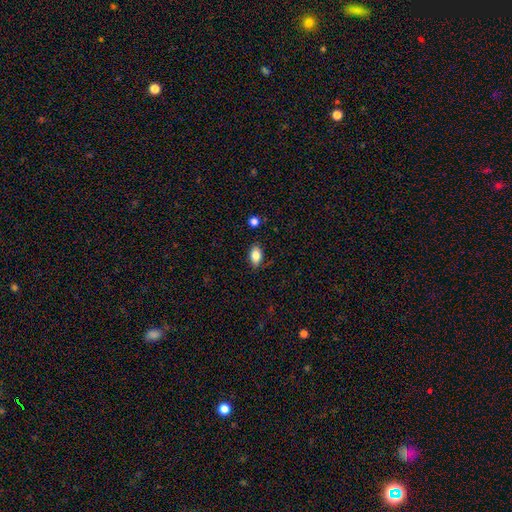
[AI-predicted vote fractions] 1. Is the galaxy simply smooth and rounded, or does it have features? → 83% smooth, 9% featured or disk, 8% star or artifact.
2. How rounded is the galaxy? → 89% in between, 8% round, 3% cigar-shaped.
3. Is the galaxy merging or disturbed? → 85% none, 11% minor disturbance, 2% major disturbance, 2% merger.